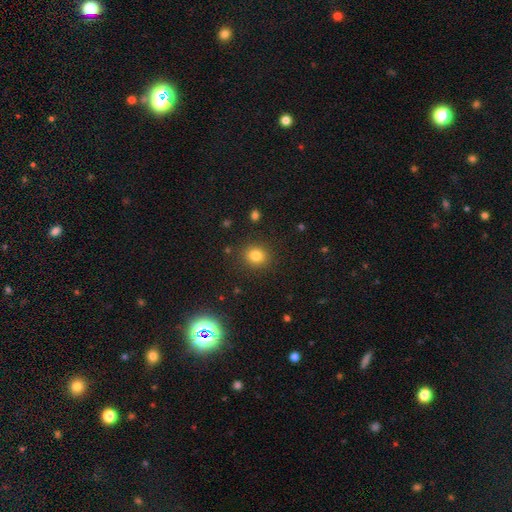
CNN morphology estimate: The model was most divided on "how rounded": round: 77%, in between: 22%, cigar-shaped: 1%. More confident: merging — none (88%); smooth or featured — smooth (82%).